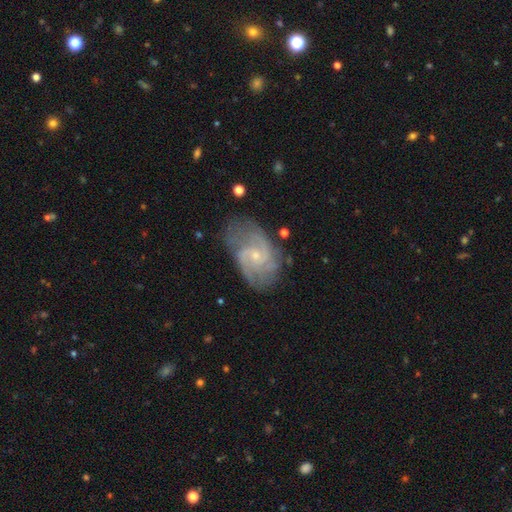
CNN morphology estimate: smooth_or_featured: featured or disk (p=0.85) [alt: smooth p=0.09]
disk_edge_on: no (p=0.97) [alt: yes p=0.03]
bar: no (p=0.56) [alt: weak p=0.38]
has_spiral_arms: yes (p=0.96) [alt: no p=0.04]
spiral_winding: medium (p=0.50) [alt: tight p=0.33]
spiral_arm_count: 2 (p=0.49) [alt: can't tell p=0.20]
bulge_size: small (p=0.76) [alt: moderate p=0.19]
merging: none (p=0.66) [alt: minor disturbance p=0.22]